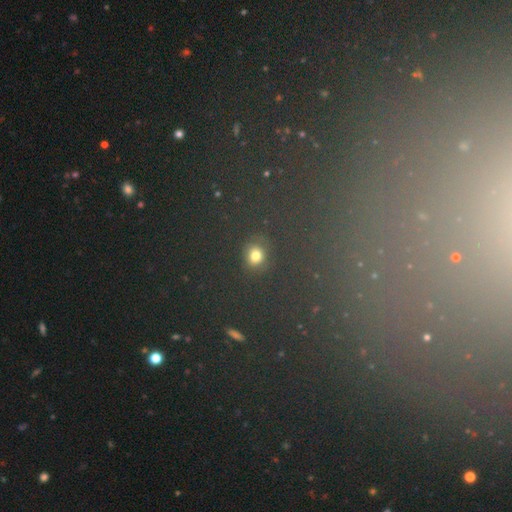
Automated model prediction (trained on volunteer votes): This appears to be a smooth galaxy with no disk features (72%) that is round (61%). Merging: none (81%).